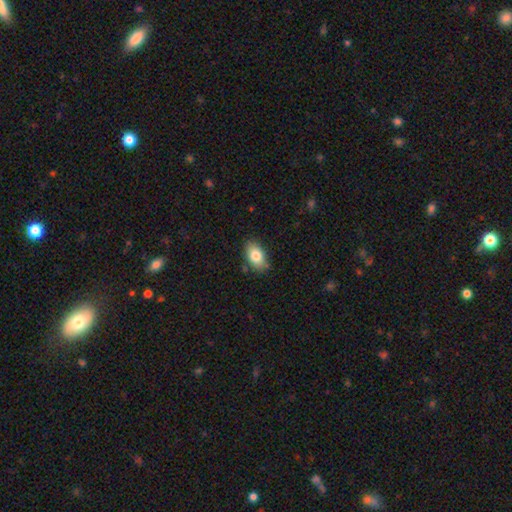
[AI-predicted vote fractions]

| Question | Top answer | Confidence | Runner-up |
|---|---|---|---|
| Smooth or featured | smooth | 82% | featured or disk (11%) |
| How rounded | in between | 91% | round (7%) |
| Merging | none | 81% | minor disturbance (14%) |